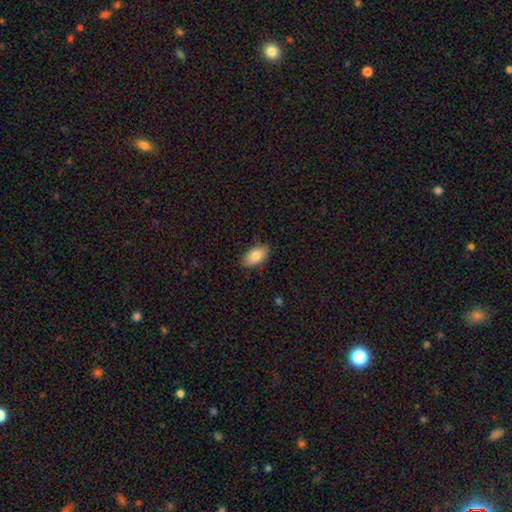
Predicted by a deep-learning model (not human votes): smooth-or-featured: smooth: 83% | featured or disk: 10% | star or artifact: 7%
  how-rounded: in between: 93% | round: 4% | cigar-shaped: 3%
  merging: none: 84% | minor disturbance: 13% | major disturbance: 2% | merger: 1%